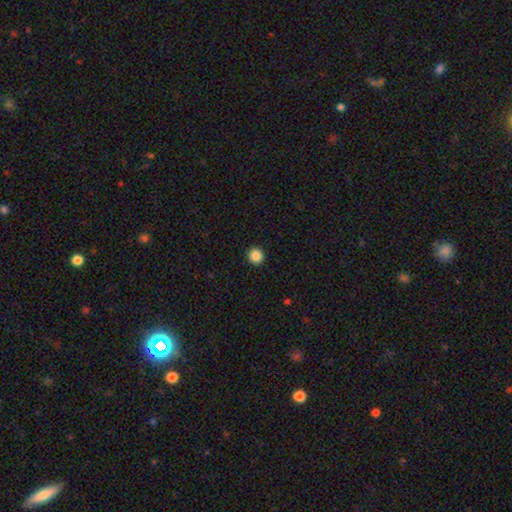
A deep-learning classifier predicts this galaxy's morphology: Q: Smooth or featured?
A: smooth (87%); runner-up: star or artifact (10%)
Q: How rounded?
A: round (93%); runner-up: in between (6%)
Q: Merging?
A: none (94%); runner-up: minor disturbance (4%)